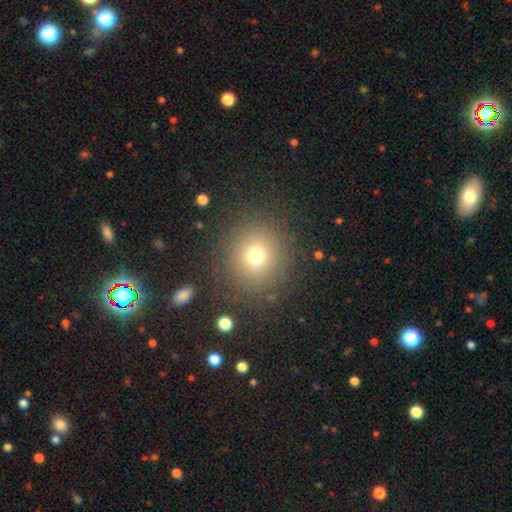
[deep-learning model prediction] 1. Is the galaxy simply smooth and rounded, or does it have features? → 70% smooth, 18% star or artifact, 12% featured or disk.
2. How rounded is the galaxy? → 88% round, 11% in between, 1% cigar-shaped.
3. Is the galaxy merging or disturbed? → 84% none, 8% minor disturbance, 6% major disturbance, 2% merger.